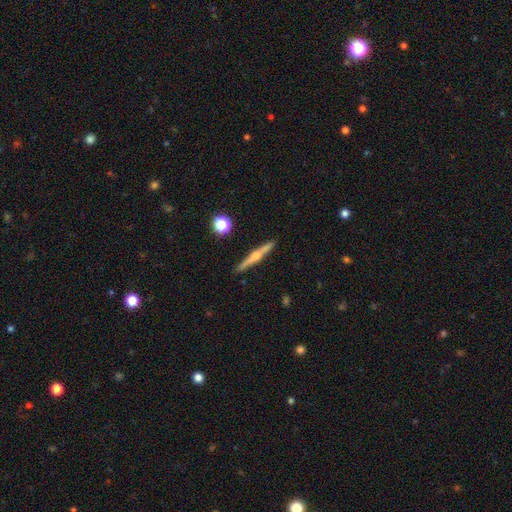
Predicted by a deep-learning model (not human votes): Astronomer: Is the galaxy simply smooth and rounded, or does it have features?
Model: featured or disk — 67%.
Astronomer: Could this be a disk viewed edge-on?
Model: yes — 98%.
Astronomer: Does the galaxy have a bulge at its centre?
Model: rounded — 83%.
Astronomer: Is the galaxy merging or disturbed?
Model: none — 90%.